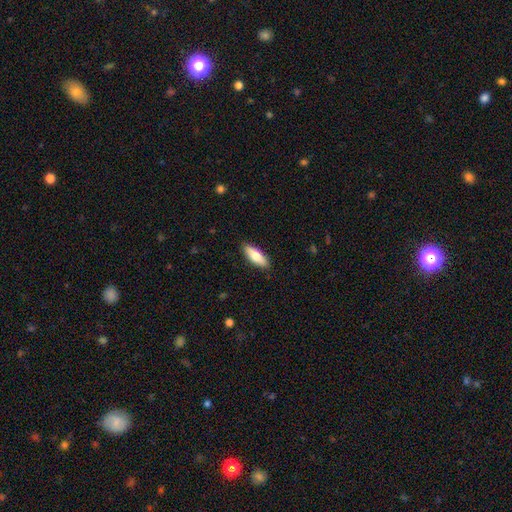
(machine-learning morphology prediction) Smooth or featured: smooth — 72% (featured or disk — 22%)
How rounded: in between — 66% (cigar-shaped — 32%)
Merging: none — 89% (minor disturbance — 9%)